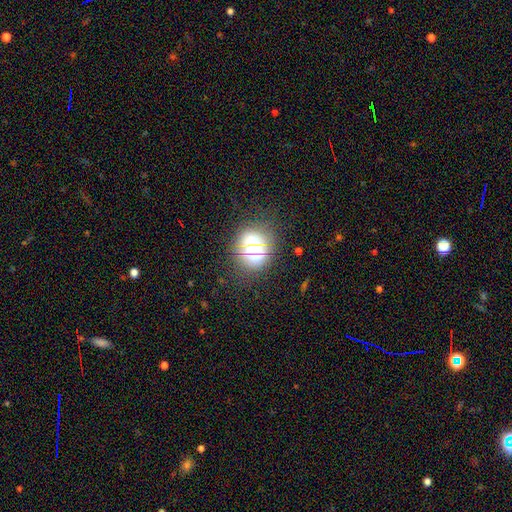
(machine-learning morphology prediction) Smooth or featured? Predicted: smooth (p=0.52). How rounded? Predicted: round (p=0.76). Merging? Predicted: none (p=0.69).